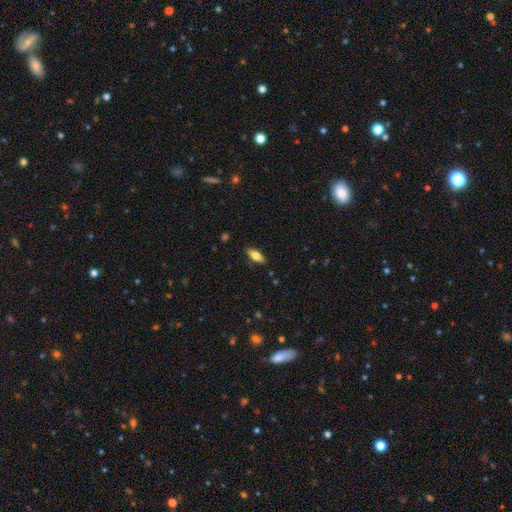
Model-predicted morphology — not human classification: This appears to be a smooth galaxy with no disk features (73%) that is in between round and cigar-shaped (79%). Merging: none (86%).